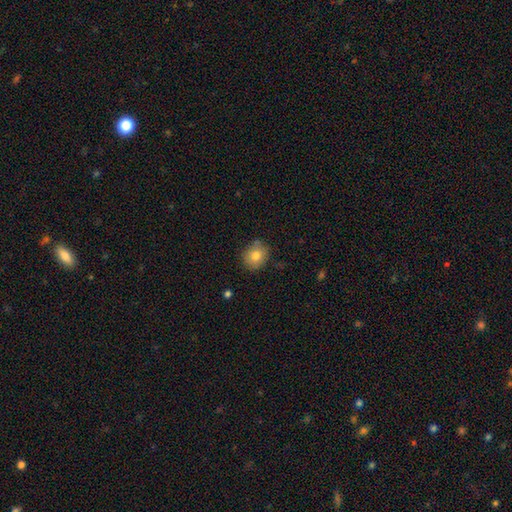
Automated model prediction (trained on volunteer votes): Overall: smooth (79%). How rounded: round (72%). Merging: none (81%).